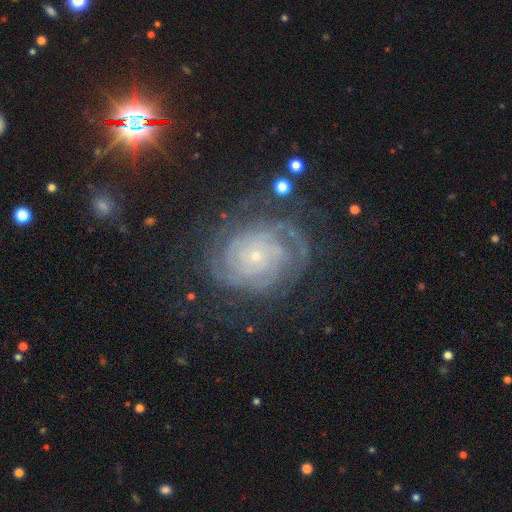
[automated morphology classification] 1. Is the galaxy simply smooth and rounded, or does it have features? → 83% featured or disk, 9% star or artifact, 8% smooth.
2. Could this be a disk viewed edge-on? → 97% no, 3% yes.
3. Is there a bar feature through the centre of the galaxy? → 80% no, 15% weak, 5% strong.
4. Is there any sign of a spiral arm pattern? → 96% yes, 4% no.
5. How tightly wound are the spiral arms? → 78% tight, 18% medium, 4% loose.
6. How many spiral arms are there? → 34% can't tell, 17% 4, 15% 2, 15% 3, 11% more than 4, 7% 1.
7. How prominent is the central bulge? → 84% small, 11% moderate, 2% none, 1% large, 1% dominant.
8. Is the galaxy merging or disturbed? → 70% none, 17% minor disturbance, 11% major disturbance, 2% merger.